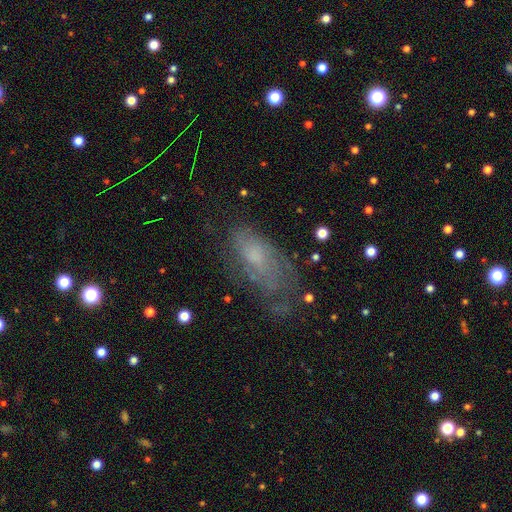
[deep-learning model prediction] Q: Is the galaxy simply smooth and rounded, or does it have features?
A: featured or disk — 46%.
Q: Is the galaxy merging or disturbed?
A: none — 51%.